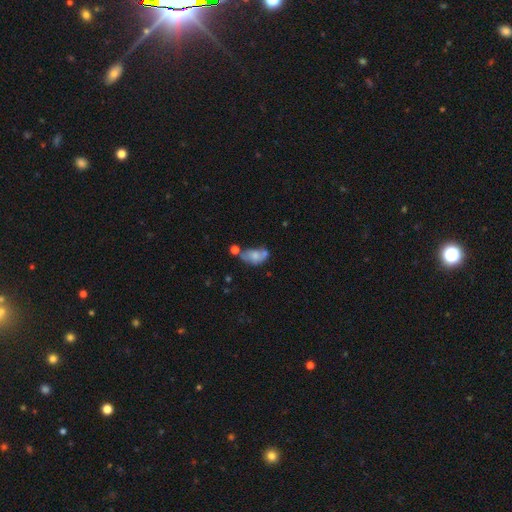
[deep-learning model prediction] Smooth or featured: smooth — 61% (featured or disk — 30%)
How rounded: in between — 86% (round — 11%)
Merging: merger — 36% (none — 30%)